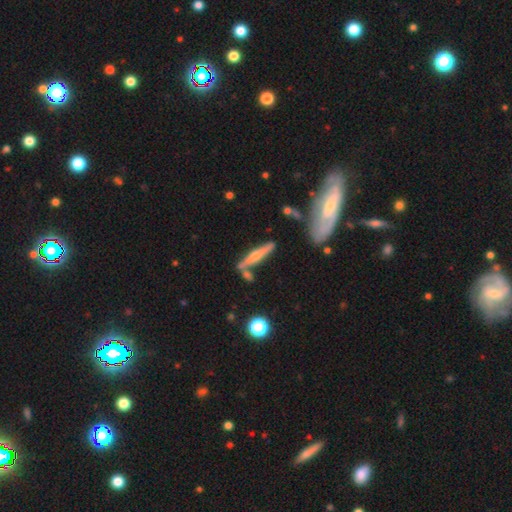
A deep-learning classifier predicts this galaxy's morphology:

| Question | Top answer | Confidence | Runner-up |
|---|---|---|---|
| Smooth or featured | featured or disk | 58% | smooth (35%) |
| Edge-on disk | yes | 94% | no (6%) |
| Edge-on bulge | rounded | 78% | none (14%) |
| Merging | none | 73% | minor disturbance (12%) |